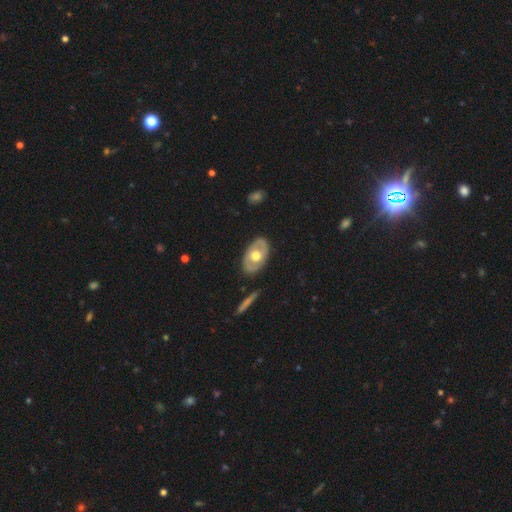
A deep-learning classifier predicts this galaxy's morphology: Smooth or featured: featured or disk — 56% (smooth — 40%)
Edge-on disk: no — 88% (yes — 12%)
Merging: none — 83% (minor disturbance — 12%)